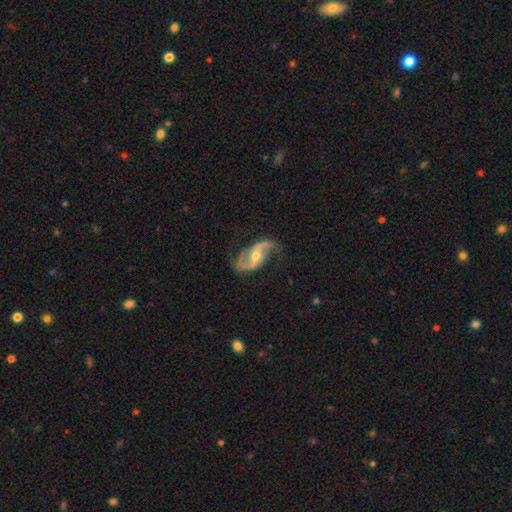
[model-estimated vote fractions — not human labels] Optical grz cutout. It shows a featured or disk galaxy (90%) with a weak bar (40%), 2 (93%) loose (64%) spiral arms (96%) and a moderate central bulge (65%). Merging: none (75%).